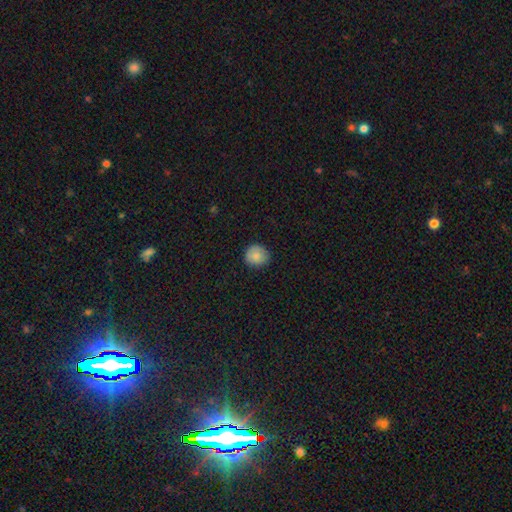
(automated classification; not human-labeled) smooth_or_featured: smooth (p=0.83) [alt: star or artifact p=0.09]
how_rounded: round (p=0.86) [alt: in between p=0.13]
merging: none (p=0.85) [alt: minor disturbance p=0.12]